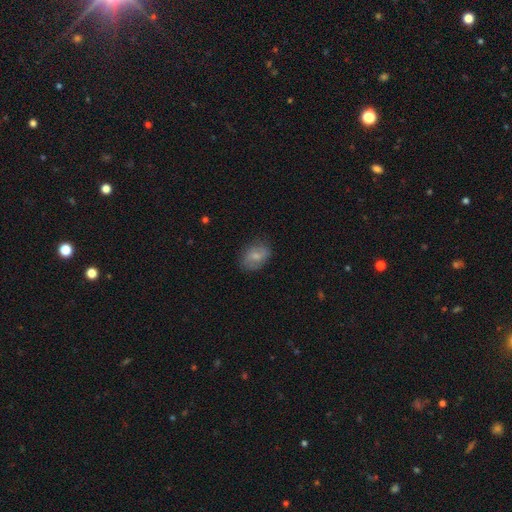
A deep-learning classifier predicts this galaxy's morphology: This is likely a smooth galaxy (69%). How rounded: likely in between (78%). Merging: likely none (76%).